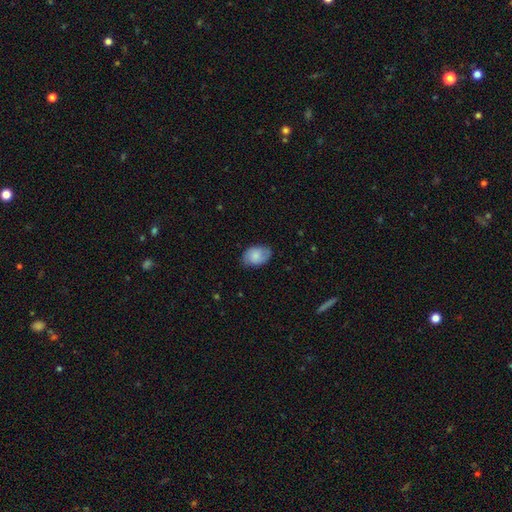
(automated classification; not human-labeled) This is likely a smooth galaxy (73%). How rounded: clearly in between (84%). Merging: likely none (73%).